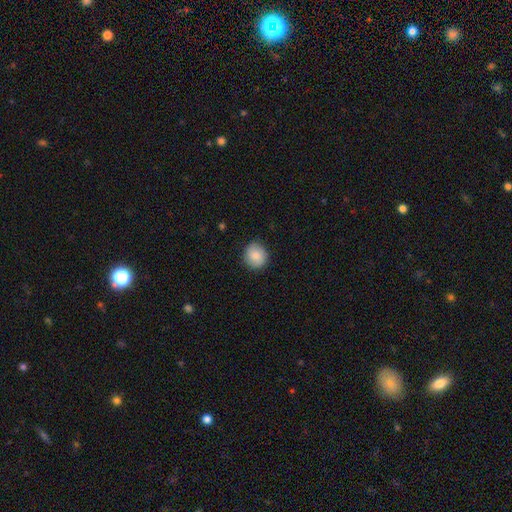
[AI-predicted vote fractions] Q: Smooth or featured?
A: smooth (84%); runner-up: featured or disk (8%)
Q: How rounded?
A: round (87%); runner-up: in between (12%)
Q: Merging?
A: none (87%); runner-up: minor disturbance (10%)